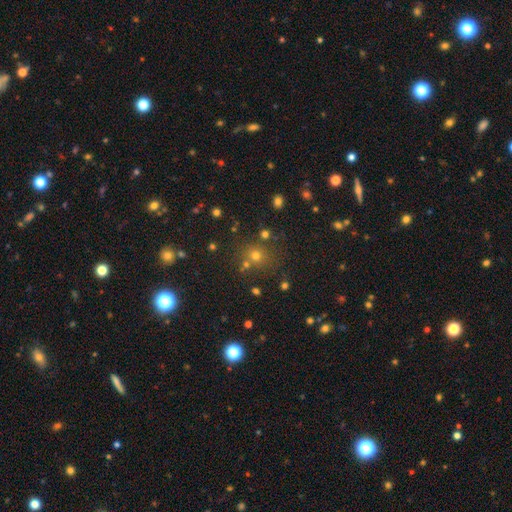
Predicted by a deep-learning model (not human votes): Smooth or featured? Predicted: smooth (p=0.59). How rounded? Predicted: round (p=0.90). Merging? Predicted: none (p=0.77).